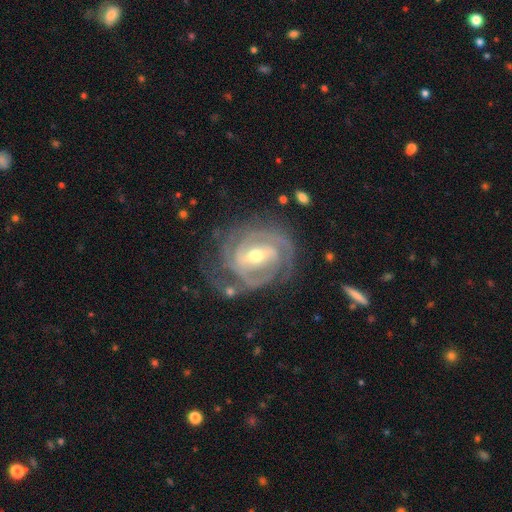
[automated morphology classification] Smooth or featured? Predicted: featured or disk (p=0.91). Edge-on disk? Predicted: no (p=0.97). Bar? Predicted: strong (p=0.42, tied with weak). Spiral arms? Predicted: yes (p=0.97). Spiral winding? Predicted: tight (p=0.69). Spiral arm count? Predicted: 2 (p=0.44). Bulge size? Predicted: moderate (p=0.59). Merging? Predicted: none (p=0.69).